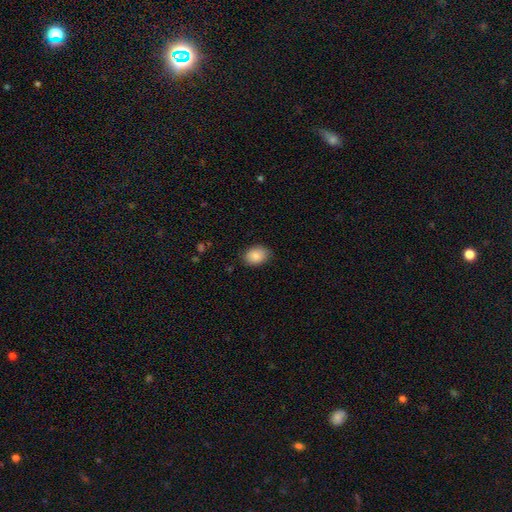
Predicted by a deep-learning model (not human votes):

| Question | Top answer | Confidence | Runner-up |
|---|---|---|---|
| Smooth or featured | smooth | 88% | star or artifact (7%) |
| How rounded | in between | 74% | round (25%) |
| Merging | none | 83% | minor disturbance (14%) |